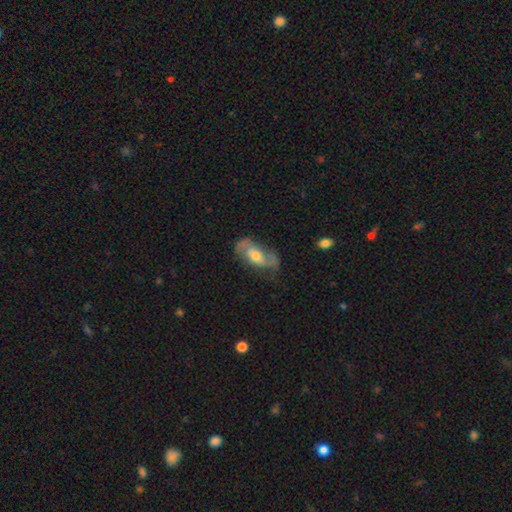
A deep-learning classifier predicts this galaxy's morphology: This is likely a featured or disk galaxy (65%). It is clearly not viewed edge-on (90%). Bar: possibly no (57%). Spiral arm pattern: likely yes (79%). Central bulge: possibly moderate (57%). Merging: possibly none (56%).